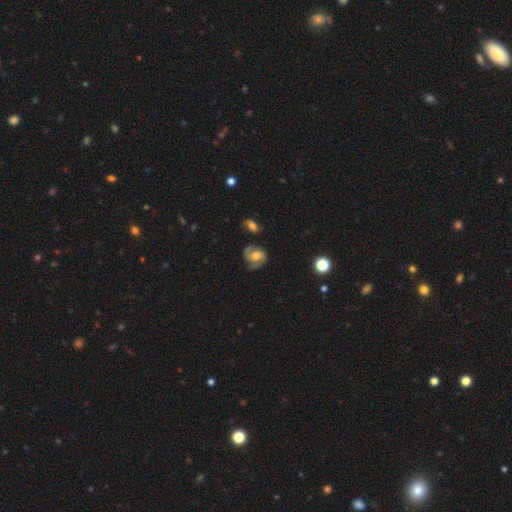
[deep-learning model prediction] Smooth or featured: featured or disk — 73% (smooth — 19%)
Edge-on disk: no — 98% (yes — 2%)
Bar: no — 61% (weak — 32%)
Spiral arms: yes — 93% (no — 7%)
Spiral winding: medium — 48% (tight — 38%)
Spiral arm count: 2 — 82% (can't tell — 7%)
Bulge size: moderate — 67% (small — 16%)
Merging: none — 70% (minor disturbance — 19%)